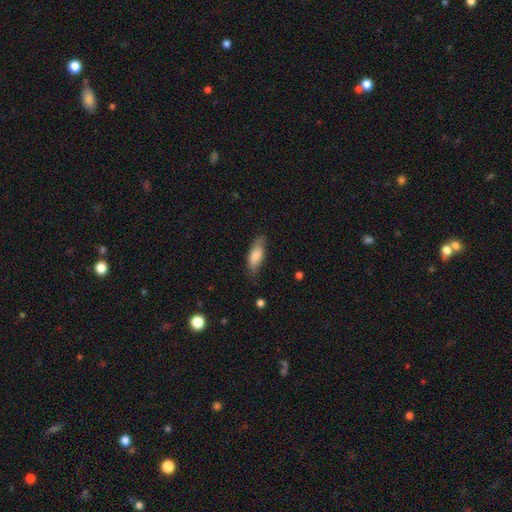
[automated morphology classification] type=smooth (79%); roundness=in between (73%); merging=none (70%).